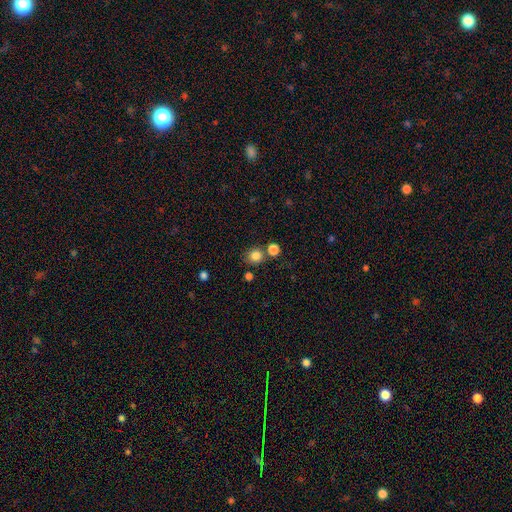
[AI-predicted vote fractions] This appears to be a smooth galaxy with no disk features (83%) that is round (87%). Merging: none (69%).